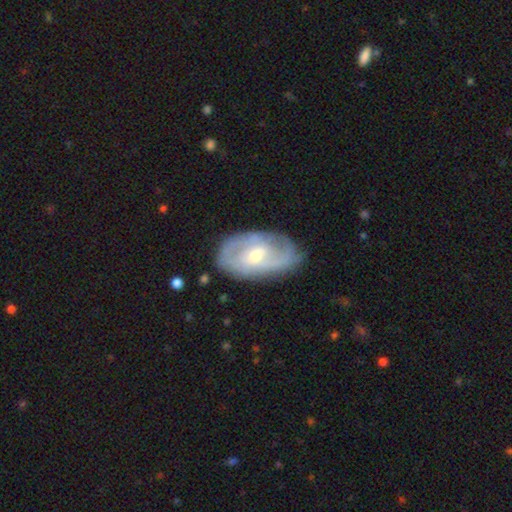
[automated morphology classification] Smooth or featured? Predicted: featured or disk (p=0.76). Edge-on disk? Predicted: no (p=0.95). Bar? Predicted: weak (p=0.49). Spiral arms? Predicted: yes (p=0.85). Spiral winding? Predicted: tight (p=0.45). Spiral arm count? Predicted: 2 (p=0.53). Bulge size? Predicted: small (p=0.51). Merging? Predicted: none (p=0.74).